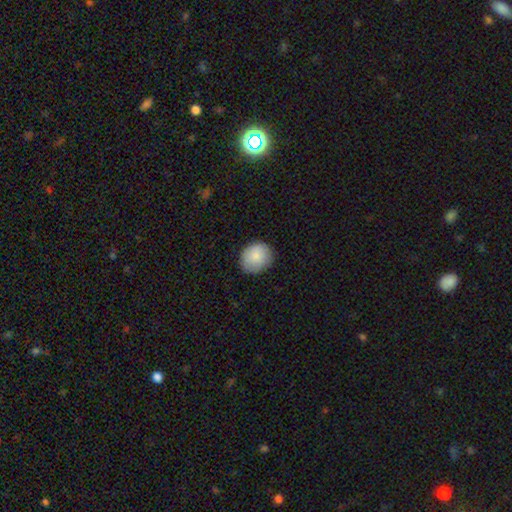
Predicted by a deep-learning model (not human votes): Q: Smooth or featured?
A: smooth (87%); runner-up: featured or disk (7%)
Q: How rounded?
A: round (72%); runner-up: in between (27%)
Q: Merging?
A: none (84%); runner-up: minor disturbance (13%)